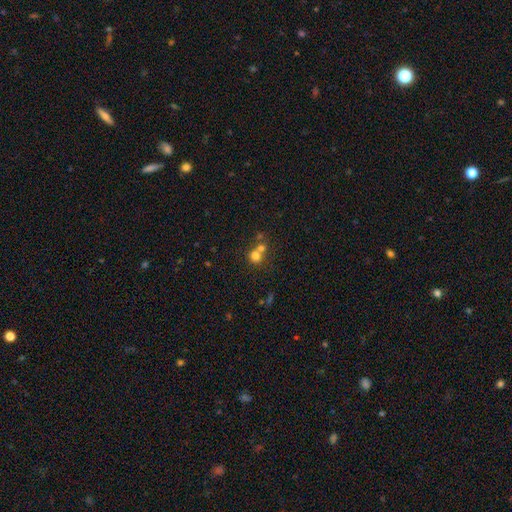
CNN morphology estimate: This is likely a smooth galaxy (72%). How rounded: clearly round (87%). Merging: possibly merger (48%).